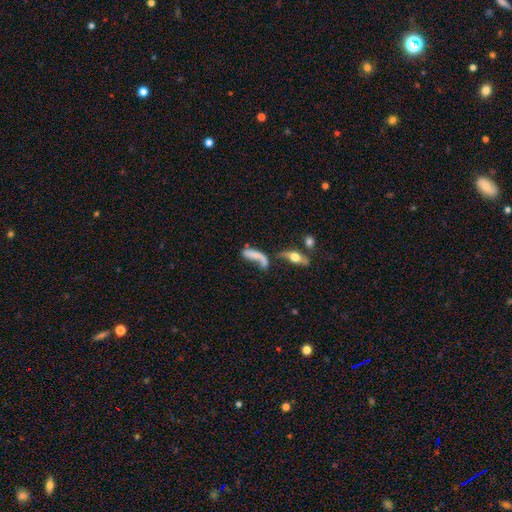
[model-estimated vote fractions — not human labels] smooth-or-featured: smooth: 56% | featured or disk: 33% | star or artifact: 11%
  how-rounded: in between: 48% | cigar-shaped: 47% | round: 4%
  merging: merger: 36% | none: 25% | major disturbance: 25% | minor disturbance: 15%